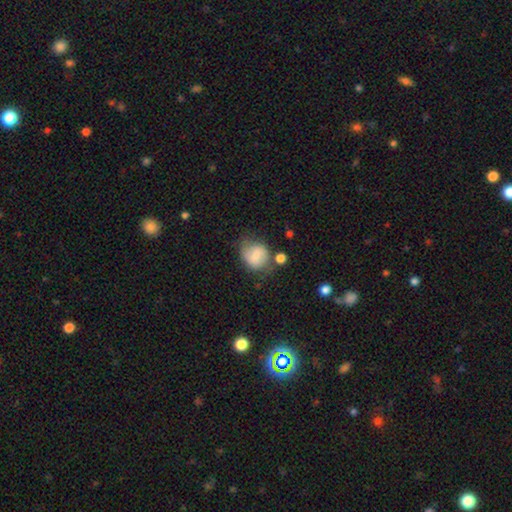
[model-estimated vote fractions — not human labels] The model was most divided on "merging": none: 53%, minor disturbance: 26%, major disturbance: 11%, merger: 10%. More confident: smooth or featured — smooth (67%); how rounded — round (66%).